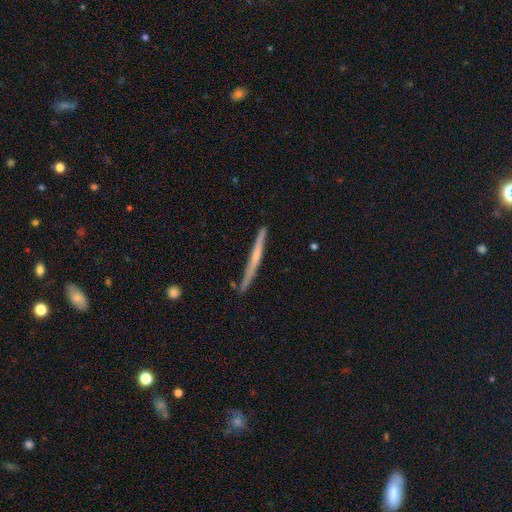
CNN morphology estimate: Smooth or featured? Predicted: featured or disk (p=0.60). Edge-on disk? Predicted: yes (p=0.97). Edge-on bulge? Predicted: none (p=0.59). Merging? Predicted: none (p=0.86).